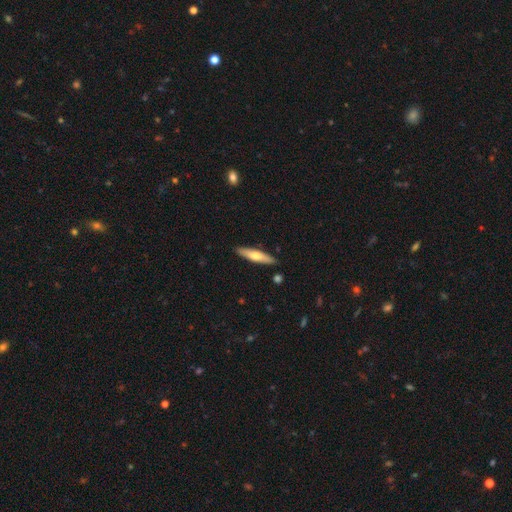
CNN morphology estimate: This is possibly a smooth galaxy (57%). How rounded: clearly cigar-shaped (80%). Merging: clearly none (88%).